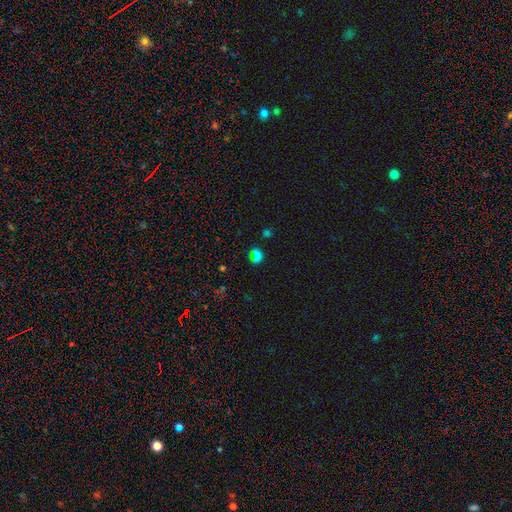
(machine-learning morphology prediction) A smooth galaxy with no disk features (58%) that is in between round and cigar-shaped (57%). Merging: none (62%).